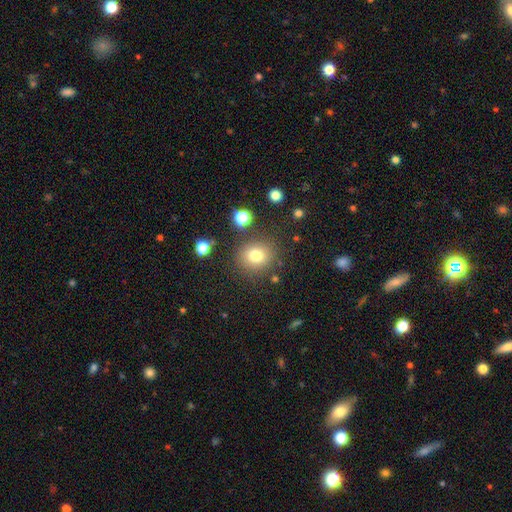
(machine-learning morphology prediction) Smooth or featured?
  - smooth: 77% *
  - star or artifact: 14%
  - featured or disk: 9%
How rounded?
  - round: 79% *
  - in between: 20%
  - cigar-shaped: 1%
Merging?
  - none: 82% *
  - minor disturbance: 10%
  - merger: 5%
  - major disturbance: 4%